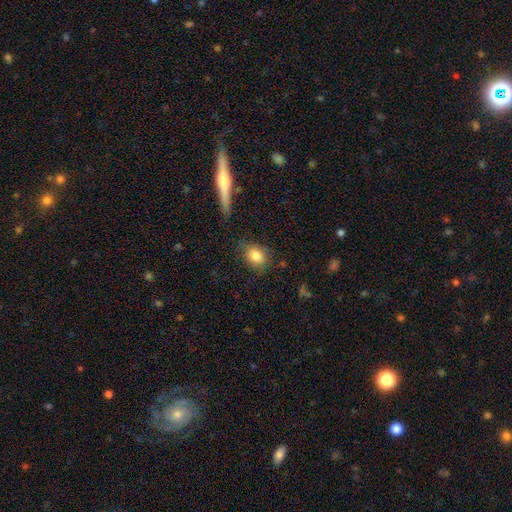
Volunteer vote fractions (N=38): This appears to be a smooth galaxy with no disk features (95%) that is in between round and cigar-shaped (58%). Merging: none (69%).